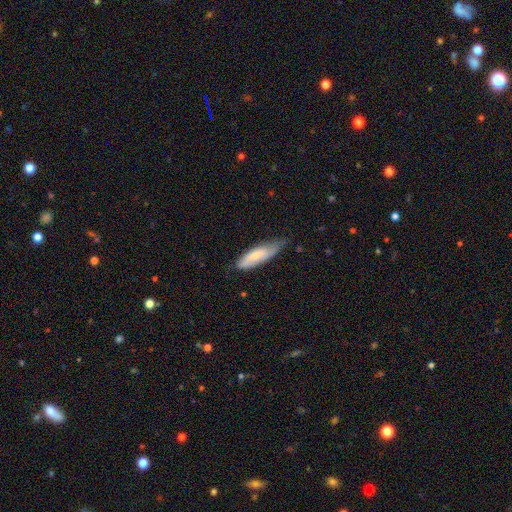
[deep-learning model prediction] Smooth or featured?
  - smooth: 65% *
  - featured or disk: 29%
  - star or artifact: 6%
How rounded?
  - in between: 53% *
  - cigar-shaped: 46%
  - round: 2%
Merging?
  - none: 49% *
  - minor disturbance: 41%
  - major disturbance: 9%
  - merger: 2%